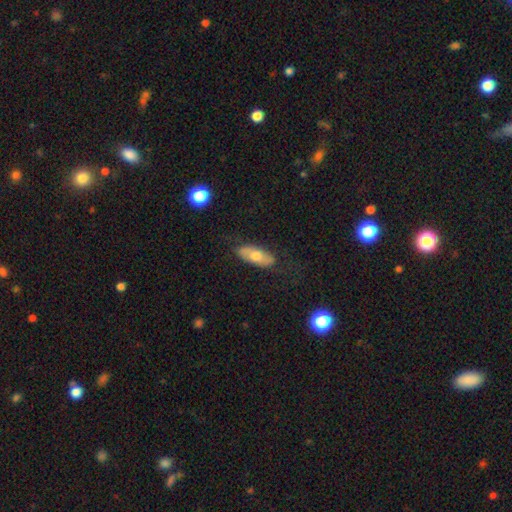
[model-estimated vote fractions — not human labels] A smooth galaxy with no disk features (60%) that is in between round and cigar-shaped (78%).

Vote fractions:
- Smooth or featured? smooth: 60% / featured or disk: 34% / star or artifact: 6%
- How rounded? in between: 78% / cigar-shaped: 18% / round: 3%
- Merging? none: 78% / minor disturbance: 16% / major disturbance: 5% / merger: 1%